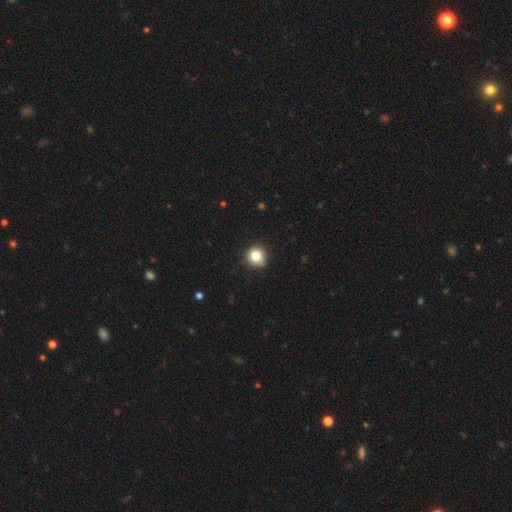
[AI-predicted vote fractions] Overall: smooth (81%). How rounded: round (91%). Merging: none (85%).